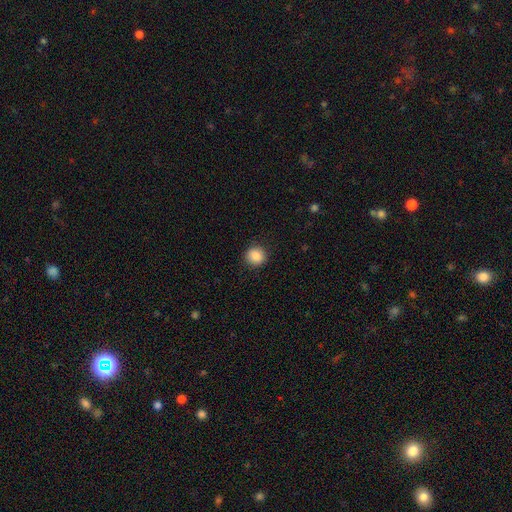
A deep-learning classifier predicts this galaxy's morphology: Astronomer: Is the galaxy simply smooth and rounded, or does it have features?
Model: smooth — 87%.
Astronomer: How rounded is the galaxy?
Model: round — 92%.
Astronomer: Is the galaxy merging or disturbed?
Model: none — 90%.